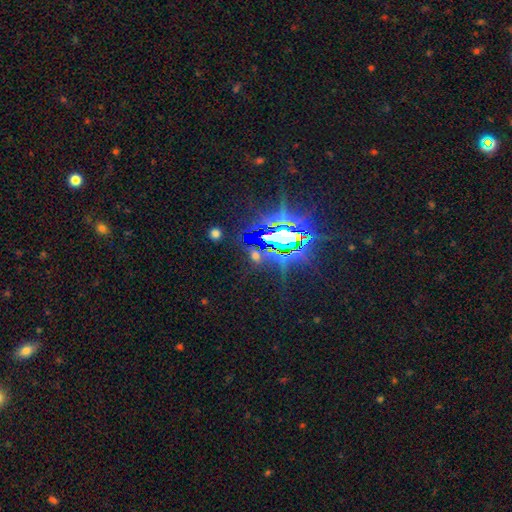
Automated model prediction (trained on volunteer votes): This appears to be a star or artifact, not a galaxy (73%).